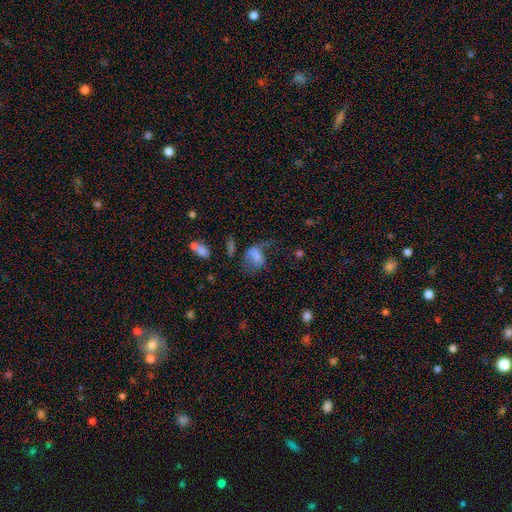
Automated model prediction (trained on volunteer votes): smooth 62%, featured or disk 25%, star or artifact 14%. Down the decision tree: how rounded — in between (75%); merging — major disturbance (43%).